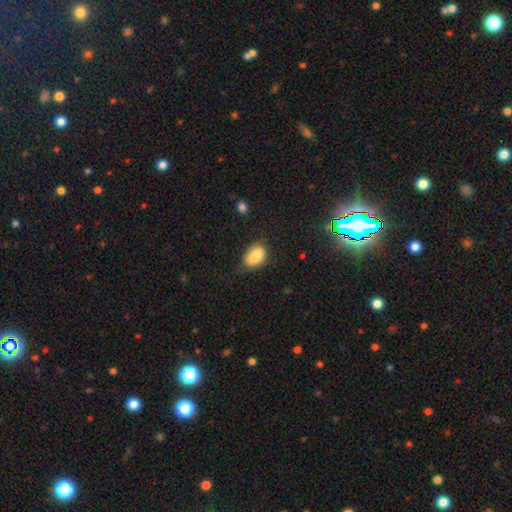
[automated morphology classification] Smooth or featured: smooth — 85% (star or artifact — 8%)
How rounded: in between — 84% (round — 14%)
Merging: none — 61% (minor disturbance — 29%)